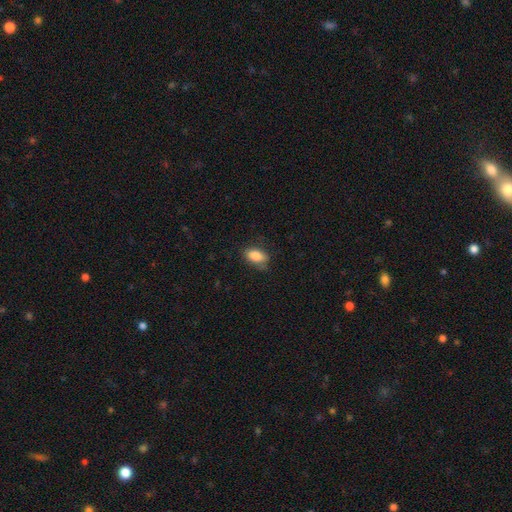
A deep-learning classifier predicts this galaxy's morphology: This is clearly a smooth galaxy (84%). How rounded: clearly in between (89%). Merging: likely none (74%).